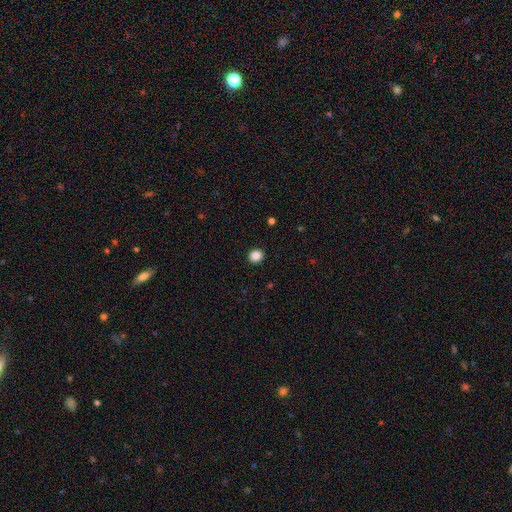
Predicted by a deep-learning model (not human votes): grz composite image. It shows a smooth galaxy with no disk features (87%) that is round (84%). Merging: none (93%).